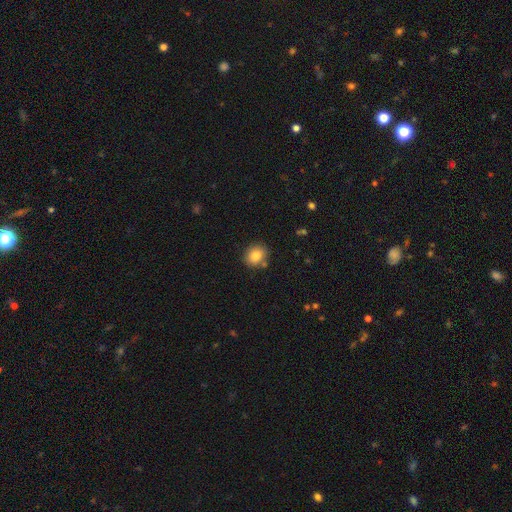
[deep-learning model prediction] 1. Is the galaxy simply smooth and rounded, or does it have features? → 82% smooth, 10% star or artifact, 8% featured or disk.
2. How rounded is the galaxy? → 64% round, 35% in between, 1% cigar-shaped.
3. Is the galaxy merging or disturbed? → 81% none, 11% minor disturbance, 5% merger, 3% major disturbance.